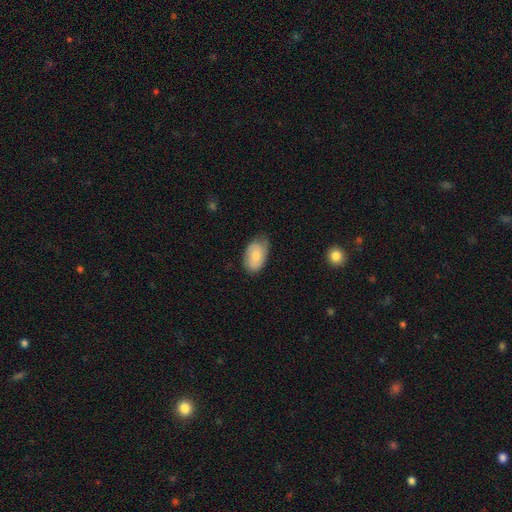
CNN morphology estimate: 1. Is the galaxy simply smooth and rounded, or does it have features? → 70% smooth, 23% featured or disk, 6% star or artifact.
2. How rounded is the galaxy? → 93% in between, 6% round, 1% cigar-shaped.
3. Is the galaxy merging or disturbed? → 64% none, 29% minor disturbance, 5% major disturbance, 1% merger.